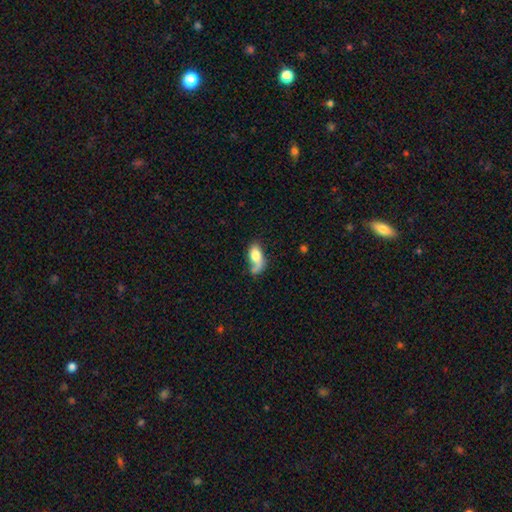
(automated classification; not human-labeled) Q: Smooth or featured?
A: smooth (69%); runner-up: featured or disk (23%)
Q: How rounded?
A: in between (86%); runner-up: cigar-shaped (8%)
Q: Merging?
A: none (33%); runner-up: minor disturbance (26%)